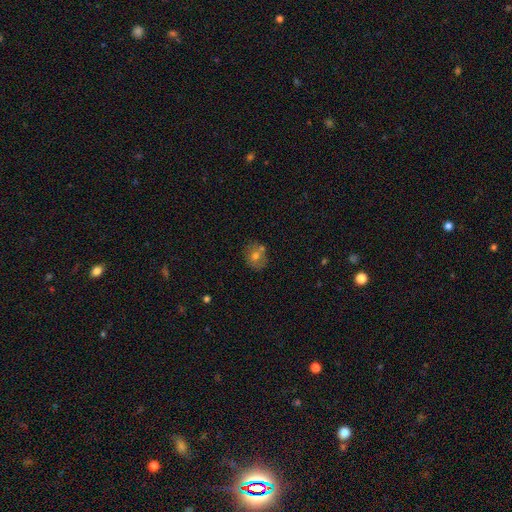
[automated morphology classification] Q: Smooth or featured?
A: smooth (64%); runner-up: featured or disk (24%)
Q: How rounded?
A: round (71%); runner-up: in between (28%)
Q: Merging?
A: none (62%); runner-up: merger (20%)